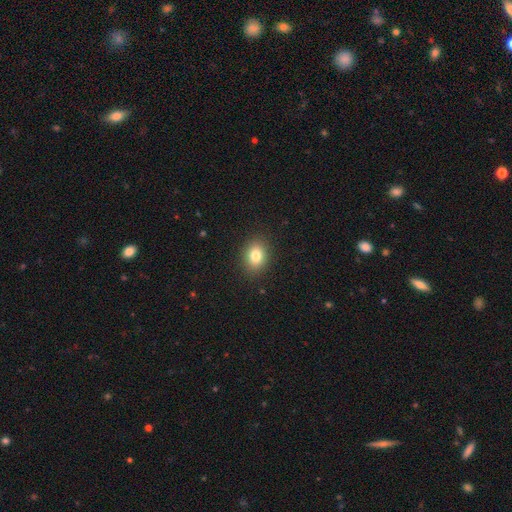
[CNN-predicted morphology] smooth-or-featured: smooth: 81% | star or artifact: 10% | featured or disk: 9%
  how-rounded: in between: 60% | round: 39% | cigar-shaped: 1%
  merging: none: 89% | minor disturbance: 8% | major disturbance: 2% | merger: 1%